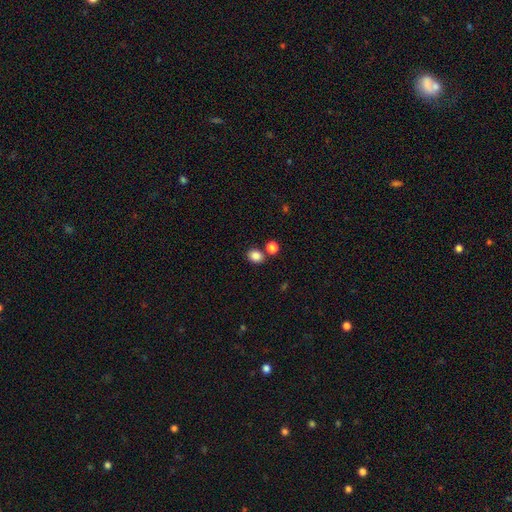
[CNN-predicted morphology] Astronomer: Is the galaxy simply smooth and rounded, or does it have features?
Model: smooth — 85%.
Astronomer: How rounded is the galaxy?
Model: in between — 50% (runner-up: round, 49%).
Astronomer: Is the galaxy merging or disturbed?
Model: none — 73%.